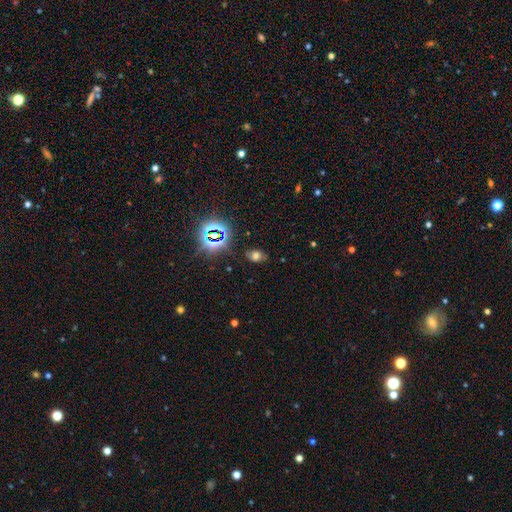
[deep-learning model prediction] Smooth or featured: smooth — 55% (star or artifact — 31%)
How rounded: in between — 79% (round — 19%)
Merging: none — 77% (minor disturbance — 16%)